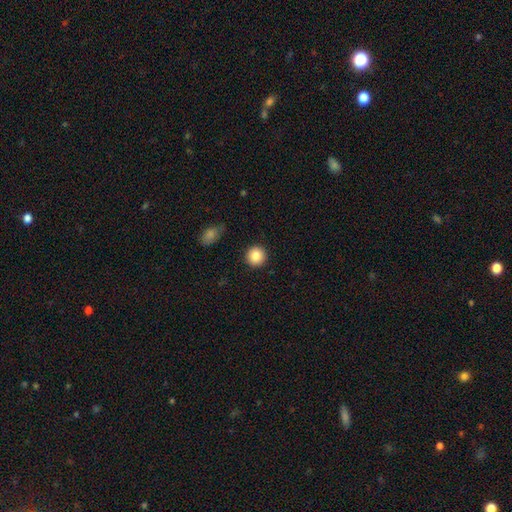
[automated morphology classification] Q: Smooth or featured?
A: smooth (86%); runner-up: star or artifact (8%)
Q: How rounded?
A: round (94%); runner-up: in between (5%)
Q: Merging?
A: none (91%); runner-up: minor disturbance (6%)